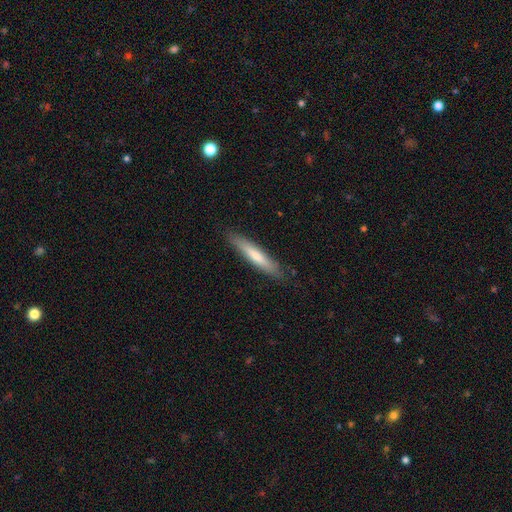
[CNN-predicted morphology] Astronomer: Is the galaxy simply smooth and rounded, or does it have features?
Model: smooth — 66%.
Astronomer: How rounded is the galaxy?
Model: cigar-shaped — 91%.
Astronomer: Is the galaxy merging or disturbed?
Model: none — 86%.